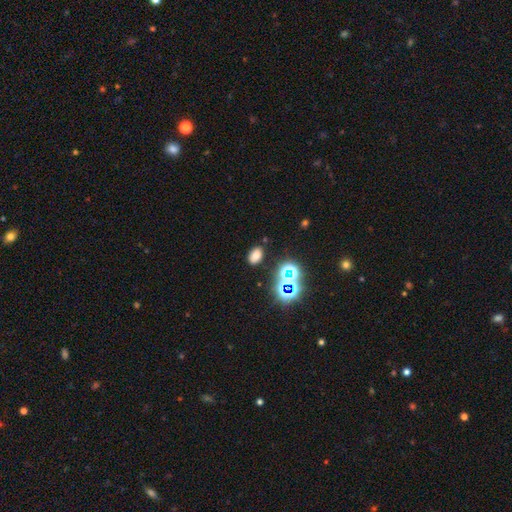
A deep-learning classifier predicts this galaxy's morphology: smooth 70%, star or artifact 23%, featured or disk 7%. Down the decision tree: how rounded — in between (86%); merging — none (85%).